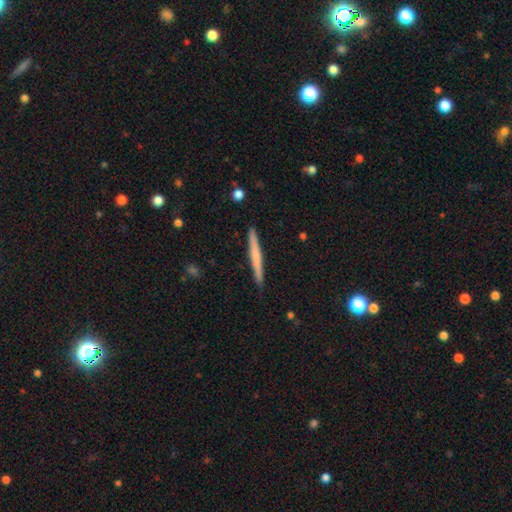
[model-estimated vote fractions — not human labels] The model was most divided on "smooth or featured": smooth: 54%, featured or disk: 41%, star or artifact: 6%. More confident: how rounded — cigar-shaped (97%); merging — none (90%).